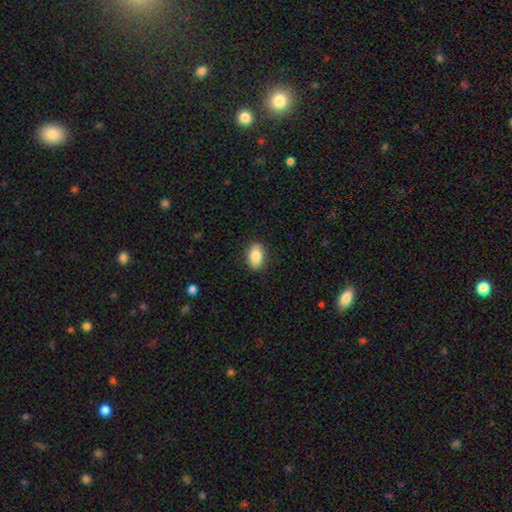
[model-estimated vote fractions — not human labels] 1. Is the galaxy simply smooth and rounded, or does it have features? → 86% smooth, 7% star or artifact, 7% featured or disk.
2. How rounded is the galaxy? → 89% in between, 8% round, 2% cigar-shaped.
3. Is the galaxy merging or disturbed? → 88% none, 8% minor disturbance, 2% major disturbance, 1% merger.